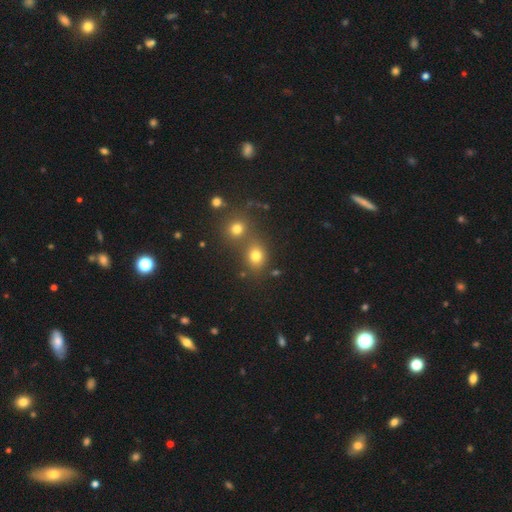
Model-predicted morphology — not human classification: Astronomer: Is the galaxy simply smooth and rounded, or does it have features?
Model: smooth — 75%.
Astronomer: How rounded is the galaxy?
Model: round — 62%.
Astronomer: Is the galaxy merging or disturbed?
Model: none — 58%.